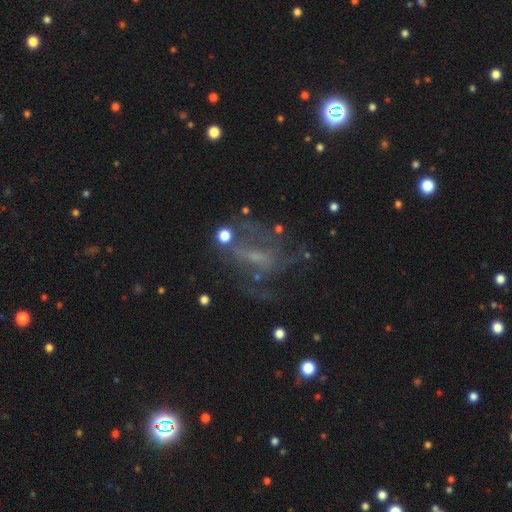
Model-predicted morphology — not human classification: Overall: featured or disk (60%; star or artifact 22%). Edge-on disk: no (93%). Bar: no (42%; weak 39%). Spiral arms: yes (55%; no 45%). Bulge size: small (44%; none 32%). Merging: none (49%; major disturbance 27%).